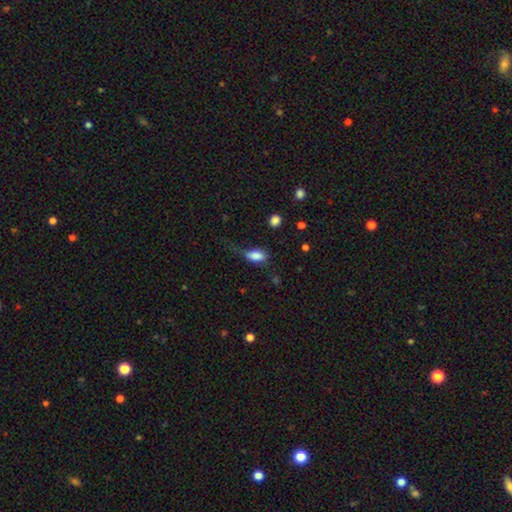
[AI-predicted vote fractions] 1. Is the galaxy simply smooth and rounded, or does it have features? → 81% smooth, 11% featured or disk, 9% star or artifact.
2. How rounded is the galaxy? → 88% in between, 6% cigar-shaped, 6% round.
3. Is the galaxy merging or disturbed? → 35% none, 32% major disturbance, 29% minor disturbance, 4% merger.